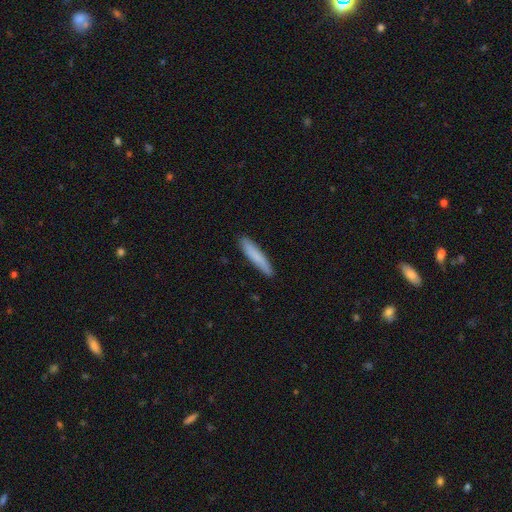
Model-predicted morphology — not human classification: smooth 81%, featured or disk 13%, star or artifact 6%. Down the decision tree: how rounded — cigar-shaped (92%); merging — none (89%).